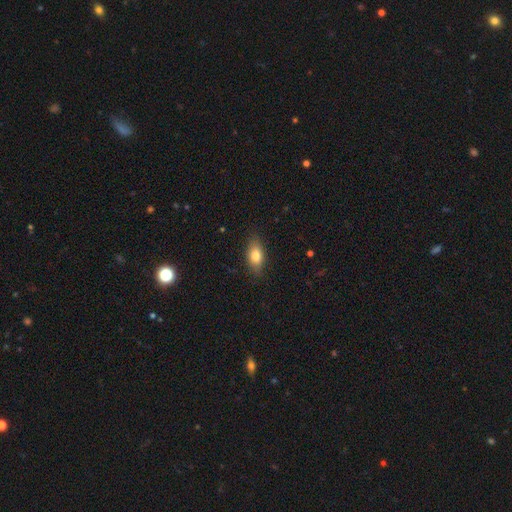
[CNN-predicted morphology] Smooth or featured?
  - smooth: 80% *
  - featured or disk: 12%
  - star or artifact: 8%
How rounded?
  - in between: 86% *
  - cigar-shaped: 8%
  - round: 6%
Merging?
  - none: 82% *
  - minor disturbance: 14%
  - major disturbance: 3%
  - merger: 1%